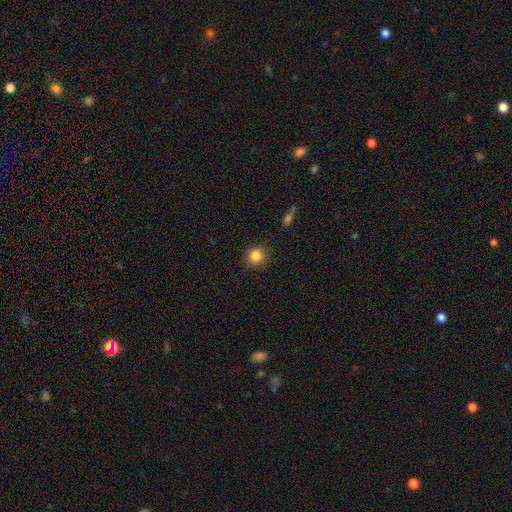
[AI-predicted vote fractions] smooth-or-featured: smooth: 85% | star or artifact: 10% | featured or disk: 5%
  how-rounded: round: 87% | in between: 12% | cigar-shaped: 1%
  merging: none: 89% | minor disturbance: 8% | major disturbance: 2% | merger: 1%